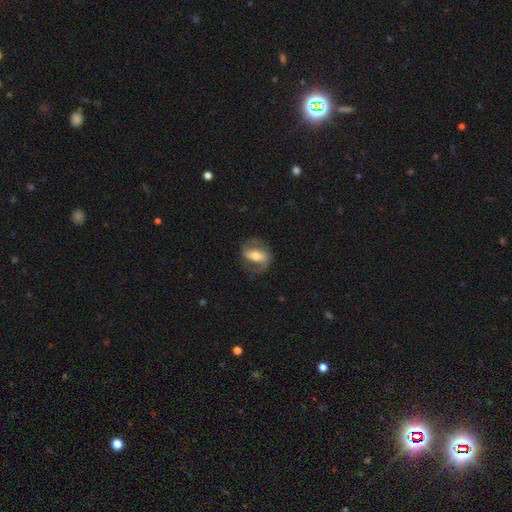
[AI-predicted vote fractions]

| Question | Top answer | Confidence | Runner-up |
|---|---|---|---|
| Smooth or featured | featured or disk | 77% | smooth (17%) |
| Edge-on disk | no | 95% | yes (5%) |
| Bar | strong | 48% | weak (32%) |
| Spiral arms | yes | 89% | no (11%) |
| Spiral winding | medium | 49% | loose (29%) |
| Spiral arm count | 2 | 88% | can't tell (5%) |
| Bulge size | moderate | 64% | small (24%) |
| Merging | none | 75% | minor disturbance (15%) |